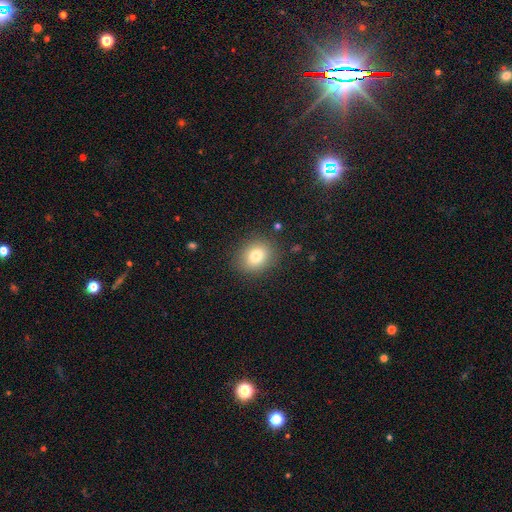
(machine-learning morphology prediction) smooth_or_featured: smooth (p=0.79) [alt: star or artifact p=0.11]
how_rounded: round (p=0.58) [alt: in between p=0.41]
merging: none (p=0.86) [alt: minor disturbance p=0.09]